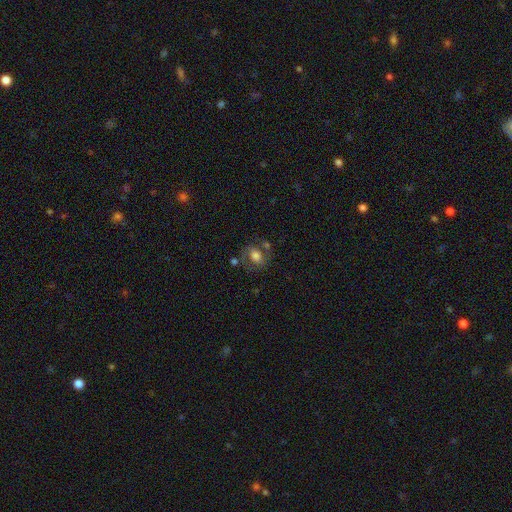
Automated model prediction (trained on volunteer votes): The model was most divided on "how rounded": in between: 59%, round: 40%, cigar-shaped: 1%. More confident: merging — none (57%); smooth or featured — smooth (55%).